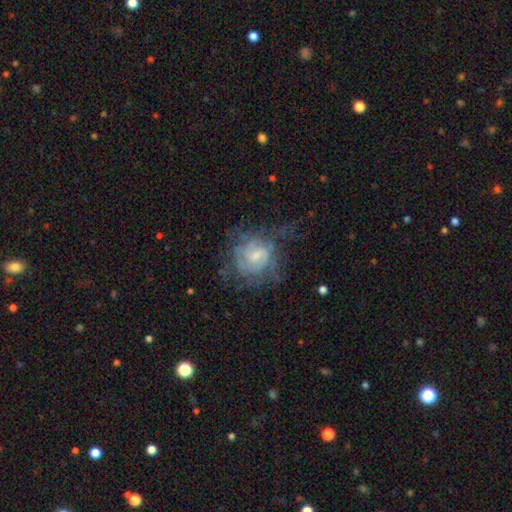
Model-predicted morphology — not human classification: Smooth or featured?
  - featured or disk: 69% *
  - smooth: 22%
  - star or artifact: 9%
Edge-on disk?
  - no: 97% *
  - yes: 3%
Bar?
  - weak: 55% *
  - no: 34%
  - strong: 11%
Spiral arms?
  - yes: 76% *
  - no: 24%
Spiral winding?
  - tight: 49% *
  - medium: 37%
  - loose: 15%
Spiral arm count?
  - can't tell: 48% *
  - 2: 29%
  - 3: 10%
  - 4: 5%
  - 1: 5%
  - more than 4: 3%
Bulge size?
  - small: 48% *
  - moderate: 32%
  - none: 15%
  - large: 4%
  - dominant: 1%
Merging?
  - none: 50% *
  - major disturbance: 25%
  - minor disturbance: 23%
  - merger: 2%